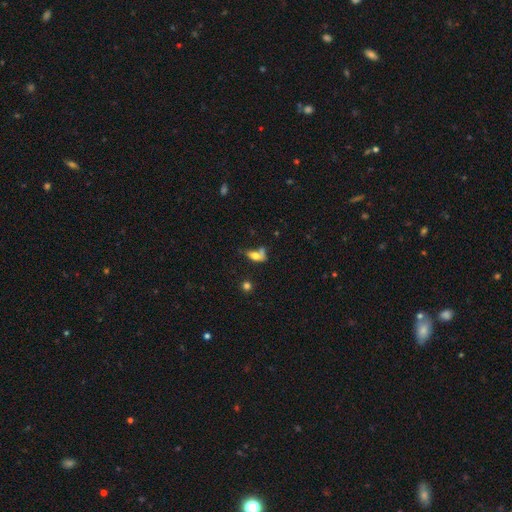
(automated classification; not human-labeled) The model was most divided on "merging": none: 30%, merger: 26%, major disturbance: 23%, minor disturbance: 21%. More confident: how rounded — in between (71%); smooth or featured — smooth (62%).